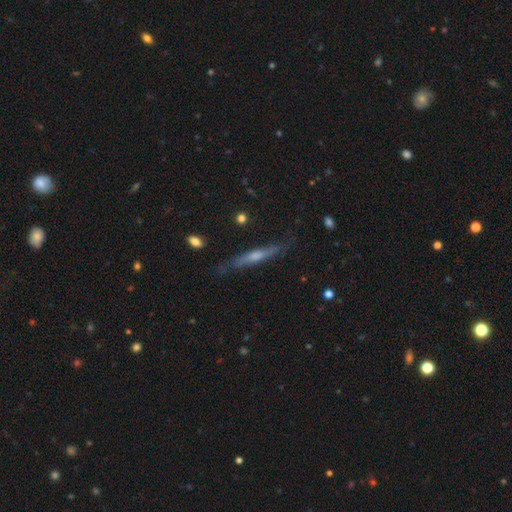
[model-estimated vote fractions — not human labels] Smooth or featured? featured or disk (59%)
Edge-on disk? yes (90%)
Edge-on bulge? rounded (58%)
Merging? none (79%)